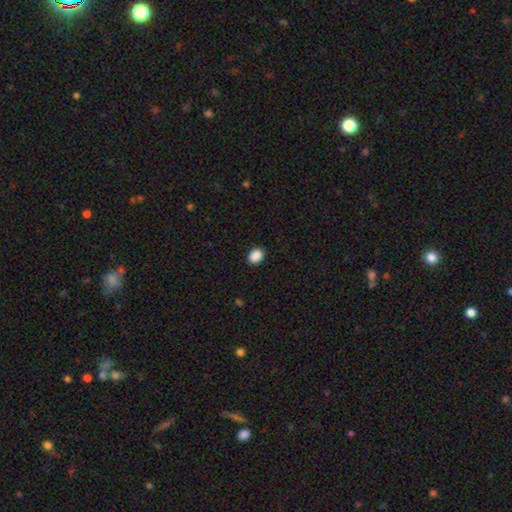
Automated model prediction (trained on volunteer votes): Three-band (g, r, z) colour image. It shows a smooth galaxy with no disk features (89%) that is in between round and cigar-shaped (58%). Merging: none (90%).